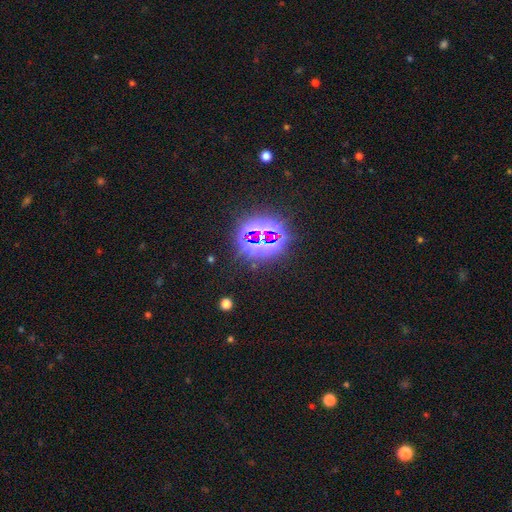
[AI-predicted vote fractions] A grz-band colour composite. It shows a star or artifact, not a galaxy (81%).